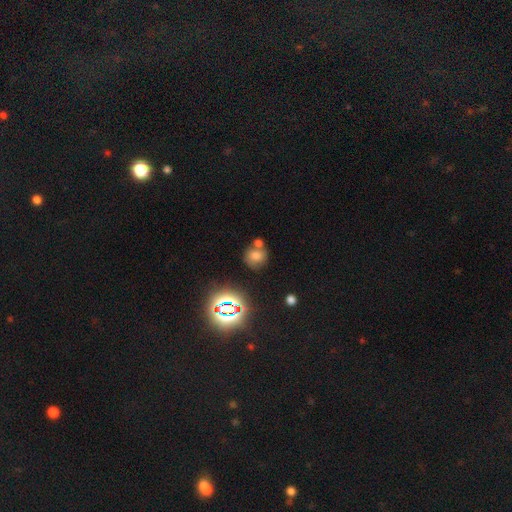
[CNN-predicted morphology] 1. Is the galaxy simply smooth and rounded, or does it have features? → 64% smooth, 24% star or artifact, 12% featured or disk.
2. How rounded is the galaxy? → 83% round, 16% in between, 1% cigar-shaped.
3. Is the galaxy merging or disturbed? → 58% none, 26% merger, 11% minor disturbance, 4% major disturbance.